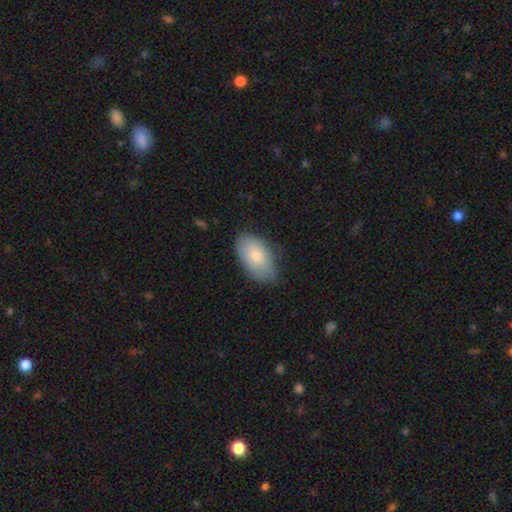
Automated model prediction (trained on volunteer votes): This is likely a smooth galaxy (76%). How rounded: clearly in between (93%). Merging: likely none (74%).